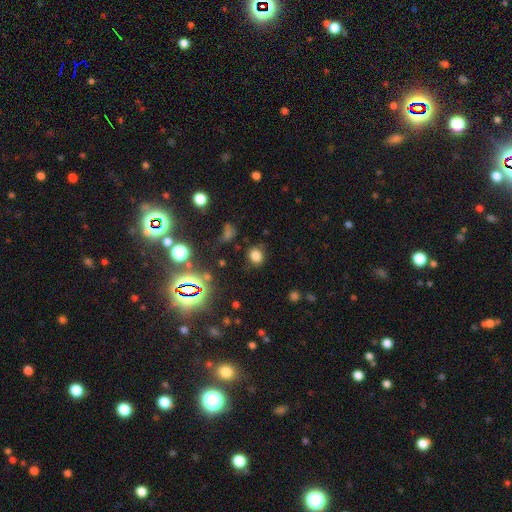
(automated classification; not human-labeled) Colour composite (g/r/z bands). It shows a smooth galaxy with no disk features (74%) that is round (63%). Merging: none (80%).